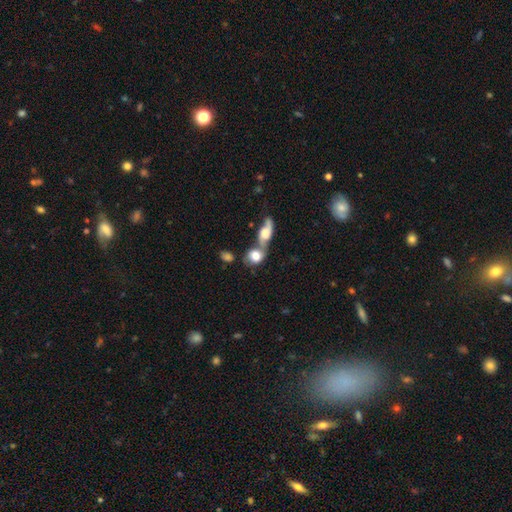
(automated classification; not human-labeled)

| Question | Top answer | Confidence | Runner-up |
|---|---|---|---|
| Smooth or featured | smooth | 67% | featured or disk (25%) |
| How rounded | in between | 48% | tied: round (48%) |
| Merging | merger | 61% | none (23%) |